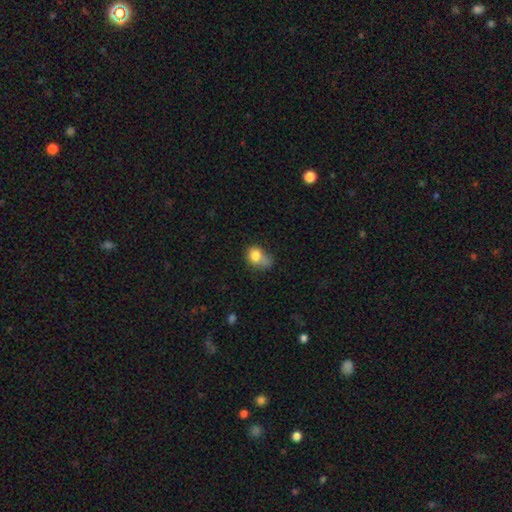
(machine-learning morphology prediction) smooth_or_featured: smooth (p=0.79) [alt: featured or disk p=0.11]
how_rounded: round (p=0.53) [alt: in between p=0.46]
merging: none (p=0.31) [alt: minor disturbance p=0.27]